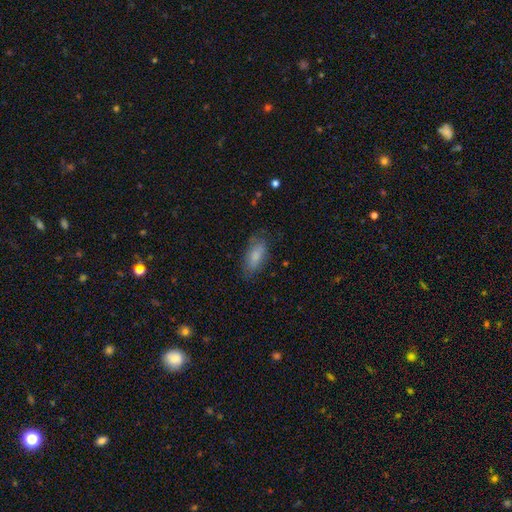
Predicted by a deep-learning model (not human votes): This is clearly a smooth galaxy (80%). How rounded: clearly in between (84%). Merging: likely none (73%).